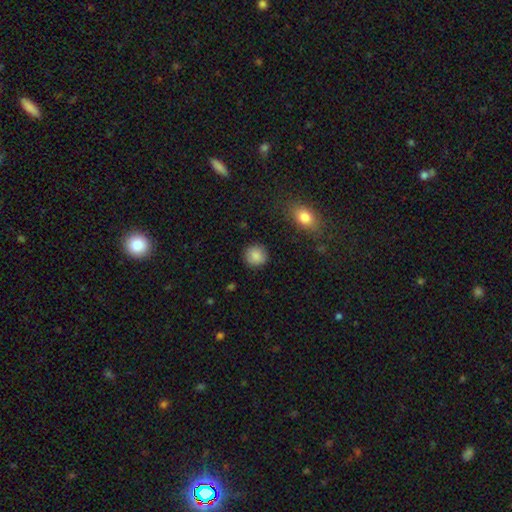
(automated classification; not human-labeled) Smooth or featured?
  - smooth: 88% *
  - star or artifact: 8%
  - featured or disk: 4%
How rounded?
  - round: 90% *
  - in between: 9%
  - cigar-shaped: 1%
Merging?
  - none: 89% *
  - minor disturbance: 7%
  - major disturbance: 2%
  - merger: 1%